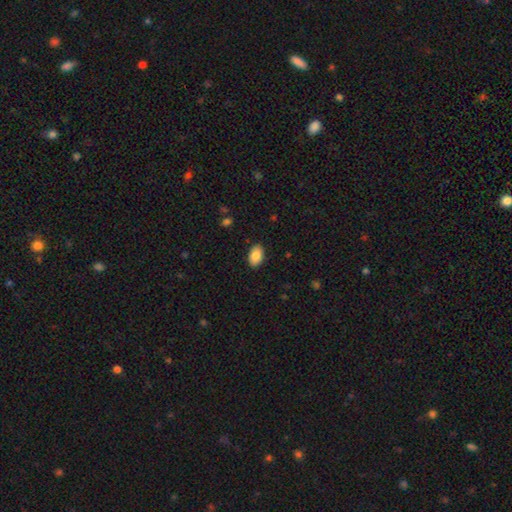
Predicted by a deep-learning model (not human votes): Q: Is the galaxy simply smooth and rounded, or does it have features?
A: smooth — 89%.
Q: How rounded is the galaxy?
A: in between — 92%.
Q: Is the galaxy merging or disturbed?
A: none — 89%.